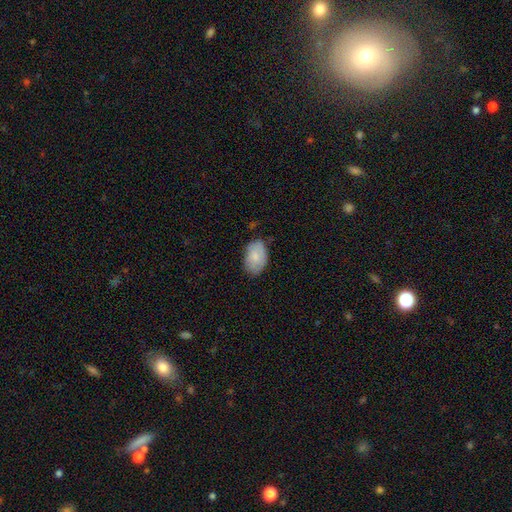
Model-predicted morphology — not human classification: Q: Smooth or featured?
A: smooth (79%); runner-up: featured or disk (15%)
Q: How rounded?
A: in between (90%); runner-up: round (9%)
Q: Merging?
A: none (74%); runner-up: minor disturbance (21%)